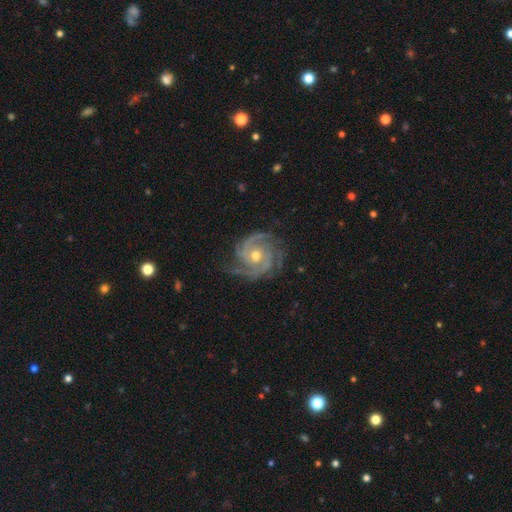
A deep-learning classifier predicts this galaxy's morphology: Q: Smooth or featured?
A: featured or disk (93%); runner-up: star or artifact (4%)
Q: Edge-on disk?
A: no (98%); runner-up: yes (2%)
Q: Bar?
A: no (76%); runner-up: weak (18%)
Q: Spiral arms?
A: yes (99%); runner-up: no (1%)
Q: Spiral winding?
A: tight (67%); runner-up: medium (29%)
Q: Spiral arm count?
A: 3 (47%); runner-up: 2 (15%)
Q: Bulge size?
A: moderate (67%); runner-up: small (30%)
Q: Merging?
A: none (76%); runner-up: minor disturbance (17%)